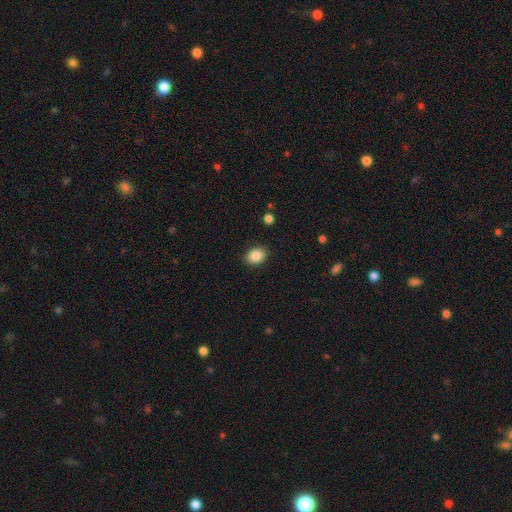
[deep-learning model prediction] The model was most divided on "how rounded": in between: 62%, round: 37%, cigar-shaped: 1%. More confident: merging — none (89%); smooth or featured — smooth (86%).